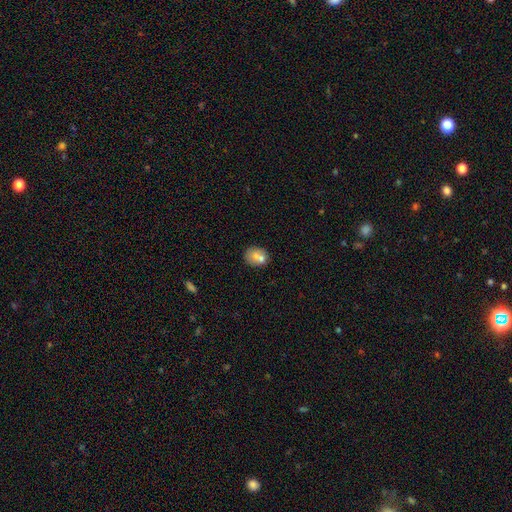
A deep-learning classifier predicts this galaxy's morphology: Q: Smooth or featured?
A: smooth (69%); runner-up: featured or disk (22%)
Q: How rounded?
A: round (53%); runner-up: in between (46%)
Q: Merging?
A: none (50%); runner-up: merger (31%)